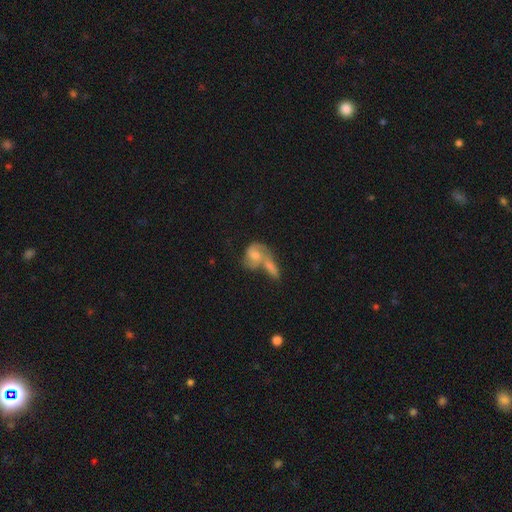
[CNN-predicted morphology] A featured or disk galaxy (49%).

Vote fractions:
- Smooth or featured? featured or disk: 49% / smooth: 42% / star or artifact: 8%
- Merging? merger: 62% / none: 19% / minor disturbance: 9% / major disturbance: 9%